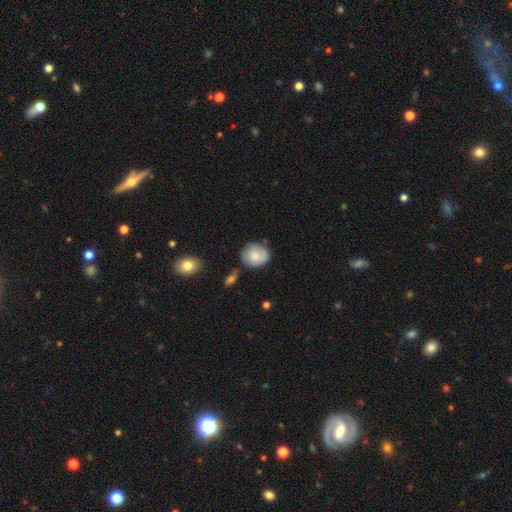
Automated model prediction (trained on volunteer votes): This is likely a smooth galaxy (71%). How rounded: likely round (68%). Merging: likely none (68%).